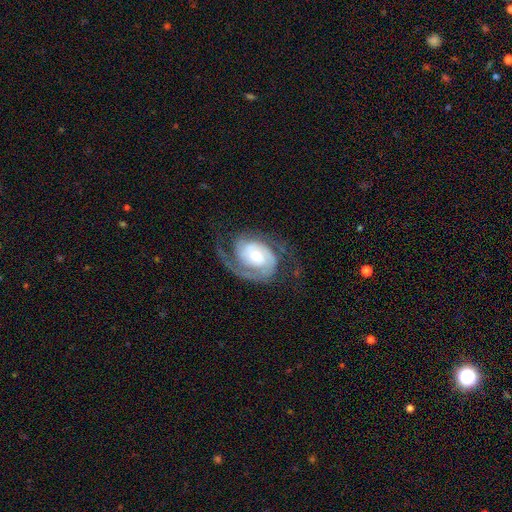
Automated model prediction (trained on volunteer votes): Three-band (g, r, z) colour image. It shows a featured or disk galaxy (88%) with no bar (54%), 2 (65%) tight (47%) spiral arms (97%) and a moderate central bulge (56%). Merging: none (62%).